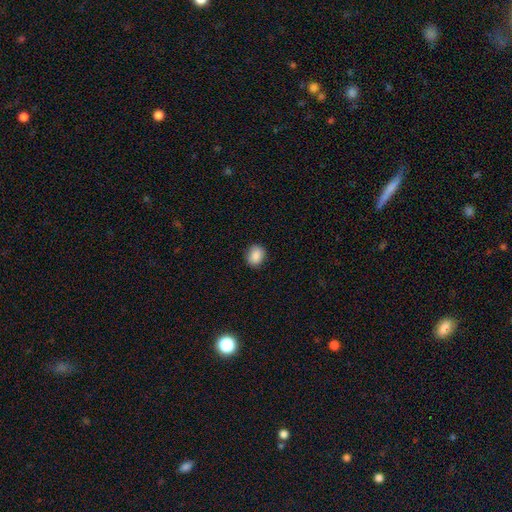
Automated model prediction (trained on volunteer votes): smooth-or-featured: smooth: 88% | star or artifact: 8% | featured or disk: 4%
  how-rounded: round: 53% | in between: 45% | cigar-shaped: 1%
  merging: none: 87% | minor disturbance: 9% | major disturbance: 2% | merger: 1%